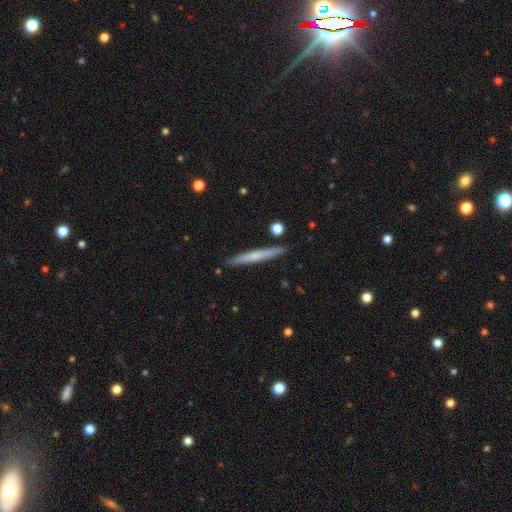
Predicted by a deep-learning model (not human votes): Morphology: type=smooth (56%); roundness=cigar-shaped (96%); merging=none (90%).